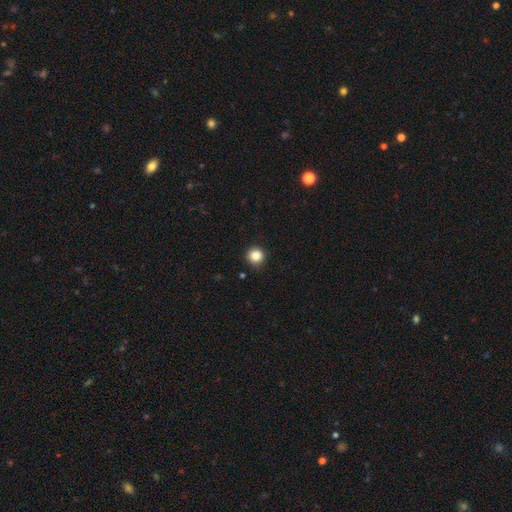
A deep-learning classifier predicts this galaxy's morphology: smooth-or-featured: smooth: 86% | star or artifact: 11% | featured or disk: 3%
  how-rounded: round: 94% | in between: 5% | cigar-shaped: 1%
  merging: none: 90% | minor disturbance: 7% | major disturbance: 2% | merger: 1%